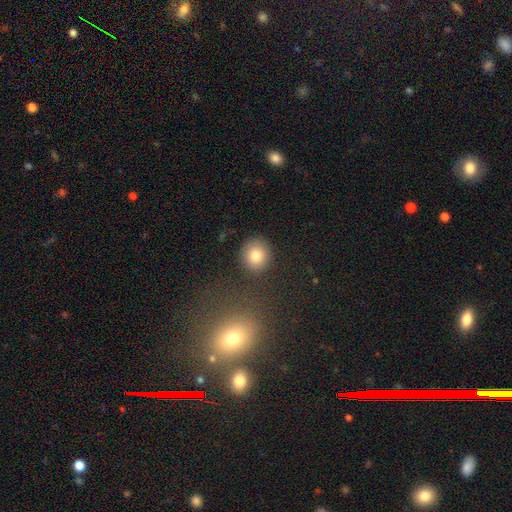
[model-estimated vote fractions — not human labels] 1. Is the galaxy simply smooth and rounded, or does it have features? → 81% smooth, 10% star or artifact, 9% featured or disk.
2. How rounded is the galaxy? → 86% round, 13% in between, 1% cigar-shaped.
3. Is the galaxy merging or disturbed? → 88% none, 7% minor disturbance, 3% major disturbance, 2% merger.